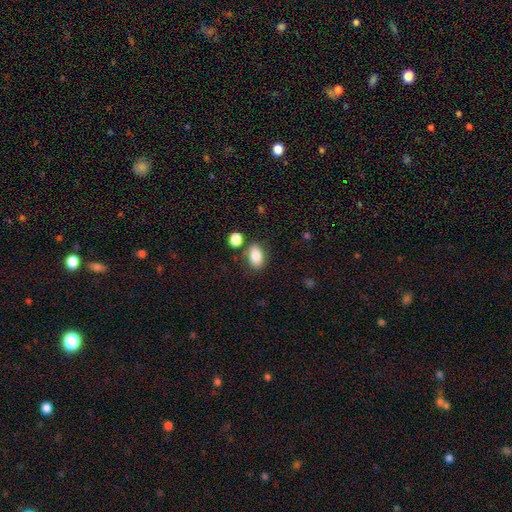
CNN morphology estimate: Overall: smooth (84%). How rounded: in between (87%). Merging: none (76%).